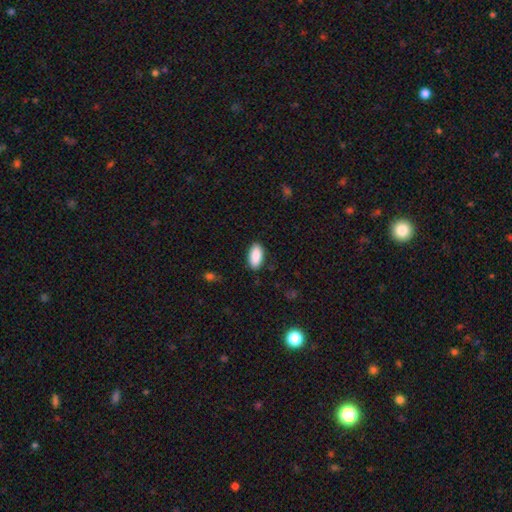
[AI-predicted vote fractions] This appears to be a smooth galaxy with no disk features (90%) that is in between round and cigar-shaped (92%). Merging: none (89%).